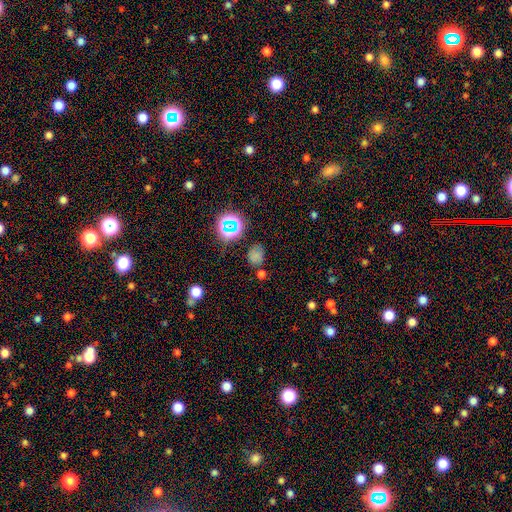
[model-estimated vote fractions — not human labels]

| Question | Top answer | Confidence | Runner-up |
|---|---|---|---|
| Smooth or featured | smooth | 64% | star or artifact (29%) |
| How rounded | round | 62% | in between (37%) |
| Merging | none | 69% | minor disturbance (17%) |